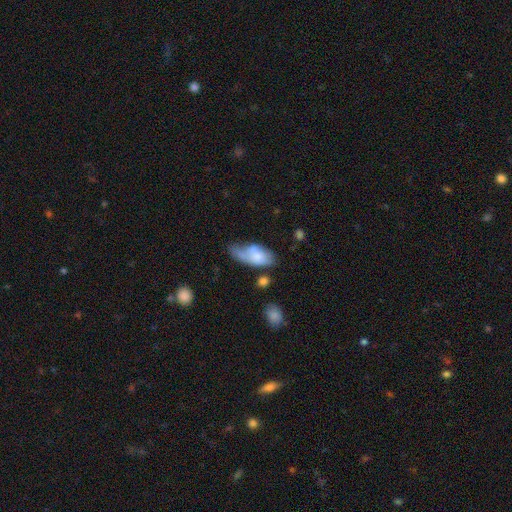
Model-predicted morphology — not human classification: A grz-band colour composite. It shows a smooth galaxy with no disk features (69%) that is in between round and cigar-shaped (91%). Merging: minor disturbance (32%).